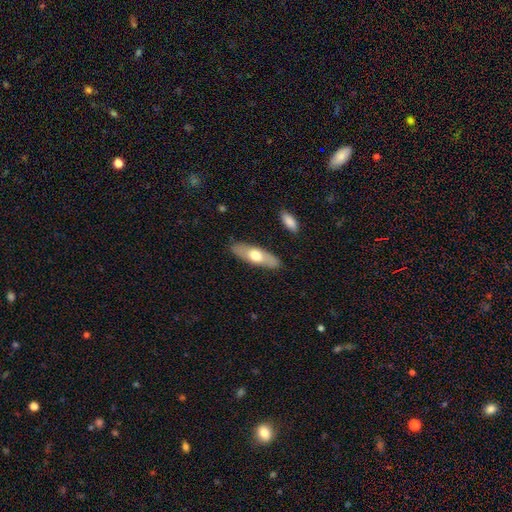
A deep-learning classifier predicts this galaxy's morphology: Smooth or featured? Predicted: smooth (p=0.57). How rounded? Predicted: in between (p=0.52). Merging? Predicted: none (p=0.87).